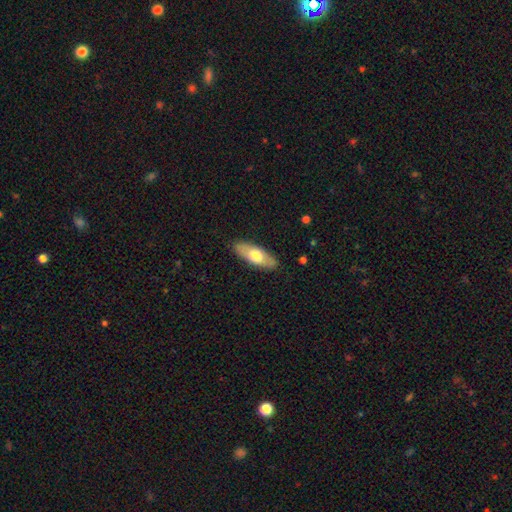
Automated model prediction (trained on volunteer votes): Overall: smooth (61%; featured or disk 34%). How rounded: in between (71%). Merging: none (87%).